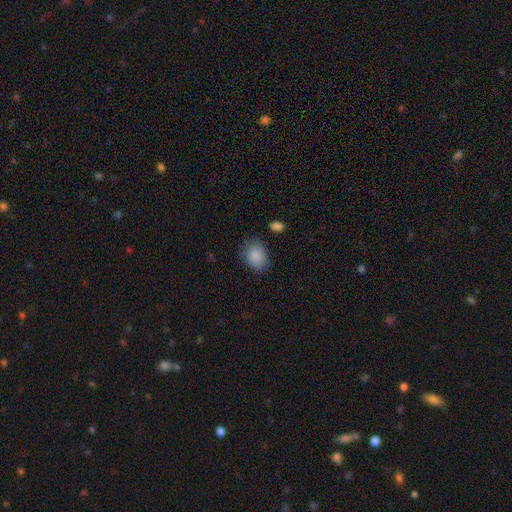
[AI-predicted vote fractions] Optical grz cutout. It shows a smooth galaxy with no disk features (88%) that is in between round and cigar-shaped (58%). Merging: none (75%).